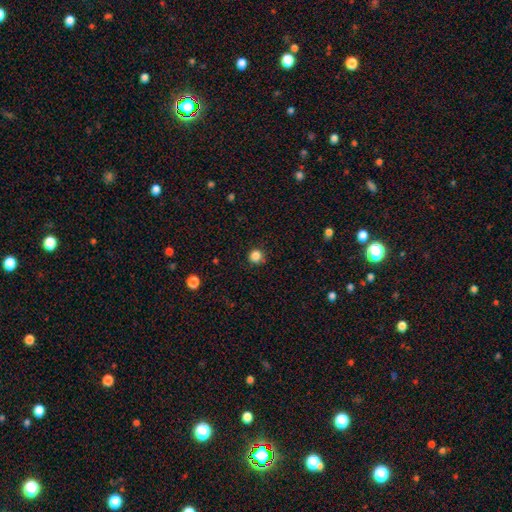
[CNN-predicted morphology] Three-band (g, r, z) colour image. It shows a smooth galaxy with no disk features (85%) that is round (92%). Merging: none (84%).